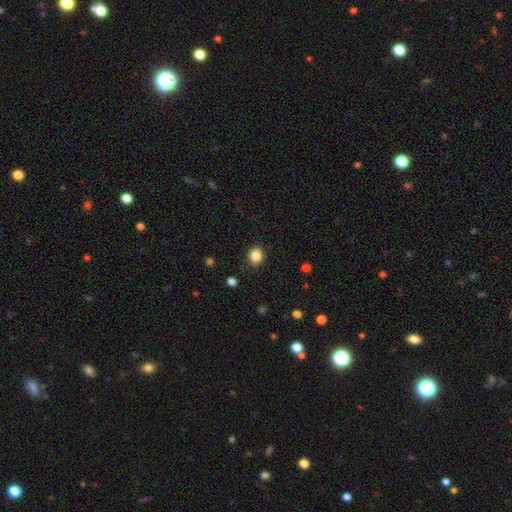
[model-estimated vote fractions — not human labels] Smooth or featured? smooth (86%)
How rounded? round (65%)
Merging? none (84%)